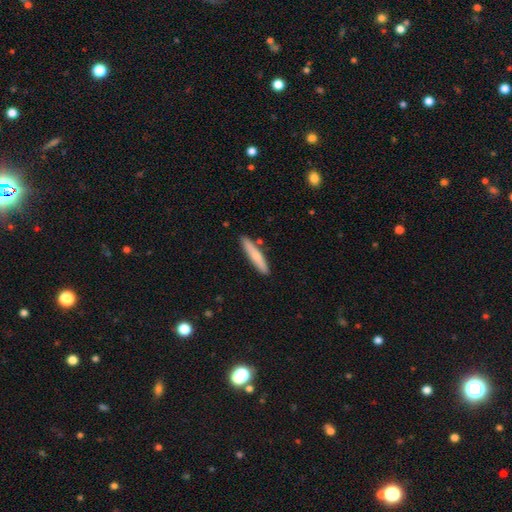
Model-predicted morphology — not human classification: type=smooth (69%); roundness=cigar-shaped (90%); merging=none (85%).